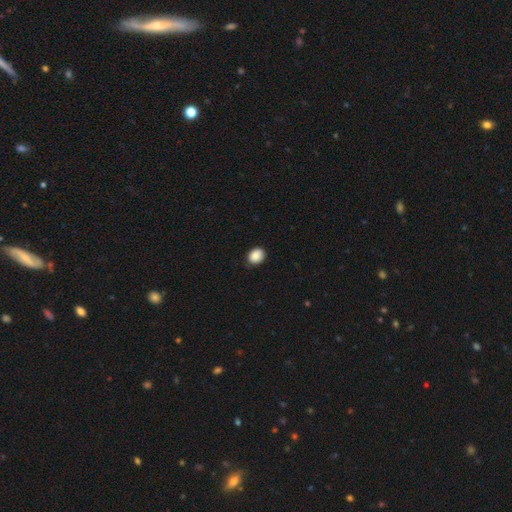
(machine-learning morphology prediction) The model was most divided on "how rounded": round: 55%, in between: 45%, cigar-shaped: 1%. More confident: smooth or featured — smooth (88%); merging — none (84%).